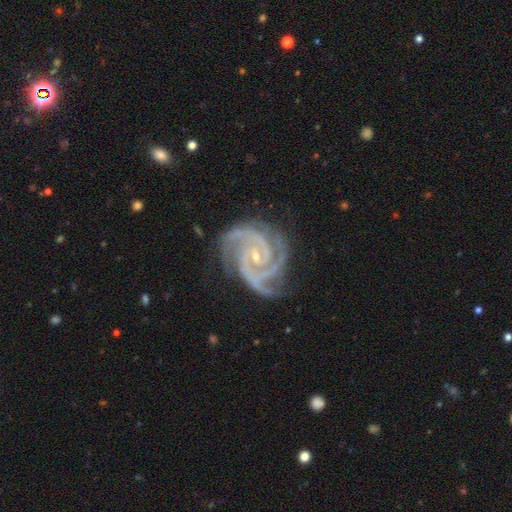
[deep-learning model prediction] A featured or disk galaxy (94%) with no bar (58%), 3 (54%) tight (66%) spiral arms (99%) and a small central bulge (76%).

Vote fractions:
- Smooth or featured? featured or disk: 94% / star or artifact: 4% / smooth: 2%
- Edge-on disk? no: 98% / yes: 2%
- Bar? no: 58% / weak: 28% / strong: 13%
- Spiral arms? yes: 99% / no: 1%
- Spiral winding? tight: 66% / medium: 31% / loose: 3%
- Spiral arm count? 3: 54% / 2: 18% / 4: 13% / can't tell: 6% / more than 4: 5% / 1: 5%
- Bulge size? small: 76% / moderate: 20% / none: 2% / large: 1% / dominant: 1%
- Merging? none: 73% / minor disturbance: 19% / major disturbance: 6% / merger: 2%